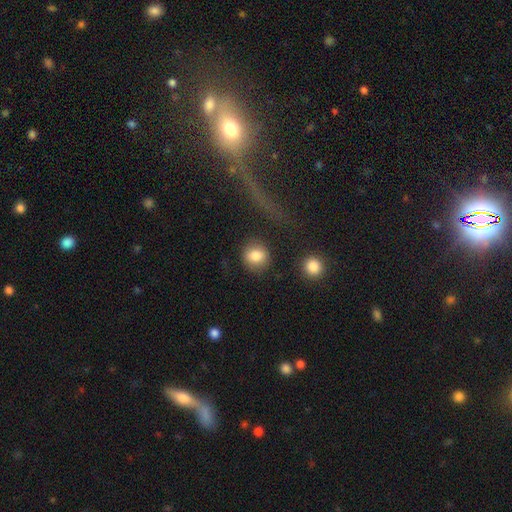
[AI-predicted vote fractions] smooth_or_featured: smooth (p=0.82) [alt: featured or disk p=0.09]
how_rounded: round (p=0.80) [alt: in between p=0.19]
merging: none (p=0.78) [alt: minor disturbance p=0.12]